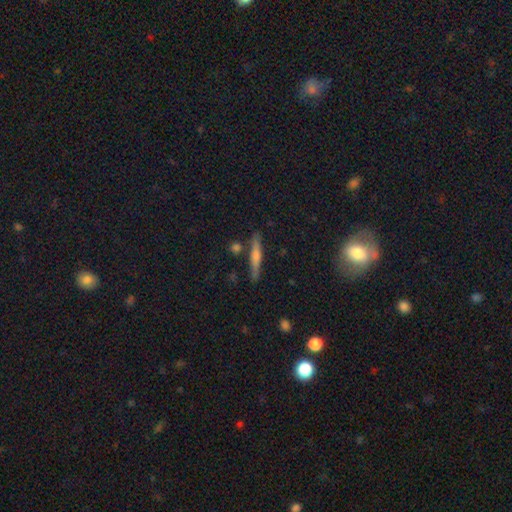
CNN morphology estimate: A featured or disk galaxy (63%) viewed edge-on (96%) with a rounded central bulge (76%).

Vote fractions:
- Smooth or featured? featured or disk: 63% / smooth: 29% / star or artifact: 8%
- Edge-on disk? yes: 96% / no: 4%
- Edge-on bulge? rounded: 76% / none: 14% / boxy: 10%
- Merging? none: 87% / minor disturbance: 8% / merger: 3% / major disturbance: 2%